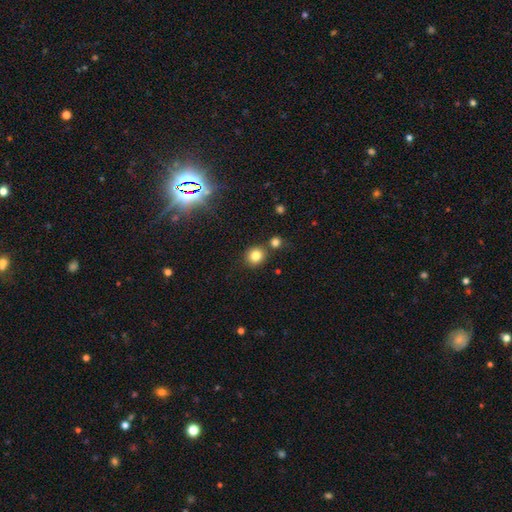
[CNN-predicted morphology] Smooth or featured?
  - smooth: 81% *
  - star or artifact: 13%
  - featured or disk: 6%
How rounded?
  - round: 85% *
  - in between: 14%
  - cigar-shaped: 1%
Merging?
  - none: 79% *
  - merger: 11%
  - minor disturbance: 8%
  - major disturbance: 3%